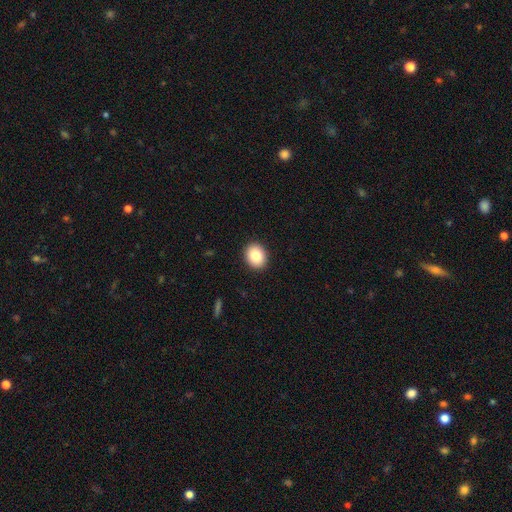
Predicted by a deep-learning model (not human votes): Smooth or featured: smooth — 83% (star or artifact — 9%)
How rounded: round — 64% (in between — 35%)
Merging: none — 92% (minor disturbance — 6%)